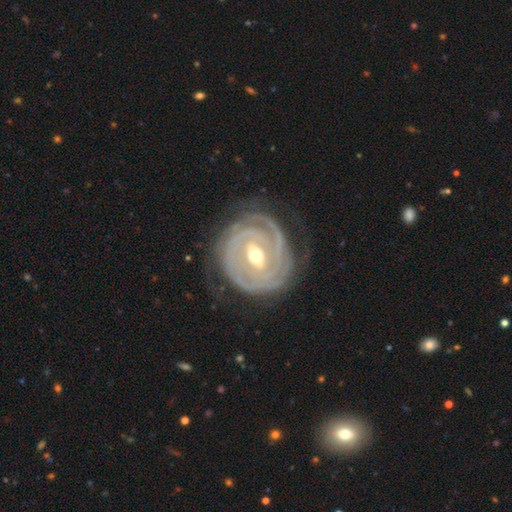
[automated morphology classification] A featured or disk galaxy (91%) with a weak bar (46%), 2 (34%) tight (84%) spiral arms (97%) and a moderate central bulge (63%).

Vote fractions:
- Smooth or featured? featured or disk: 91% / smooth: 5% / star or artifact: 4%
- Edge-on disk? no: 97% / yes: 3%
- Bar? weak: 46% / strong: 35% / no: 19%
- Spiral arms? yes: 97% / no: 3%
- Spiral winding? tight: 84% / medium: 13% / loose: 3%
- Spiral arm count? 2: 34% / 3: 23% / can't tell: 22% / 4: 9% / 1: 6% / more than 4: 6%
- Bulge size? moderate: 63% / small: 32% / large: 3% / none: 1% / dominant: 1%
- Merging? none: 75% / minor disturbance: 17% / major disturbance: 7% / merger: 1%